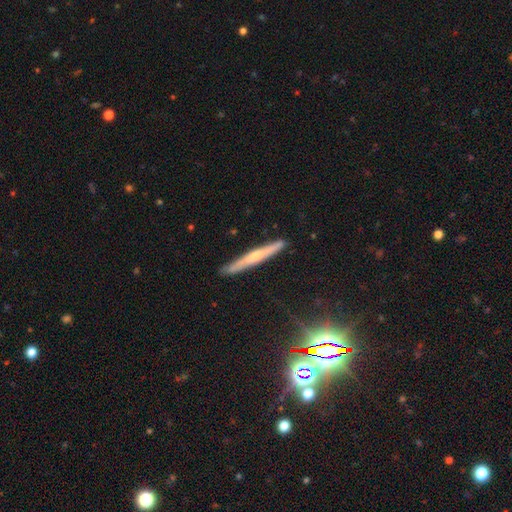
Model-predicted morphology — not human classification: Q: Smooth or featured?
A: featured or disk (53%); runner-up: smooth (39%)
Q: Edge-on disk?
A: yes (94%); runner-up: no (6%)
Q: Merging?
A: none (87%); runner-up: minor disturbance (9%)